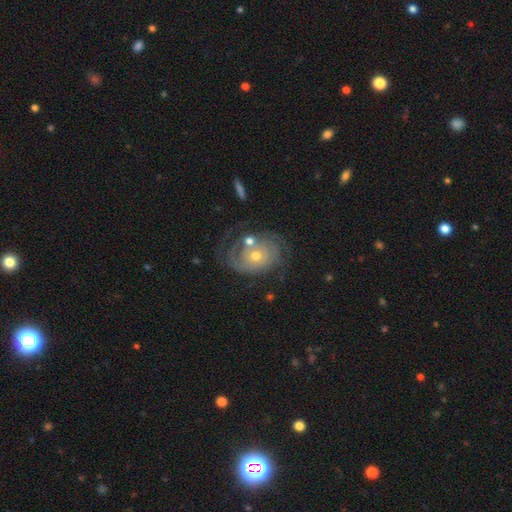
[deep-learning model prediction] The model was most divided on "spiral arm count": 2: 37%, can't tell: 31%, 3: 13%, 1: 10%, 4: 5%, more than 4: 5%. More confident: edge-on disk — no (97%); spiral arms — yes (91%); smooth or featured — featured or disk (81%); bar — no (80%); spiral winding — tight (65%); merging — none (55%); bulge size — moderate (53%).